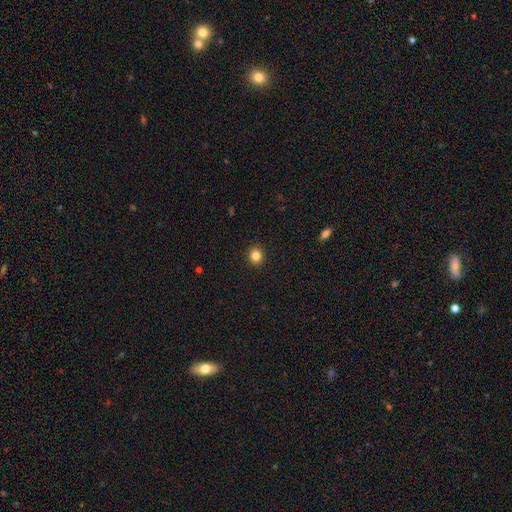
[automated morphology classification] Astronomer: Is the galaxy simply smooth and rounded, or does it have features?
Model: smooth — 83%.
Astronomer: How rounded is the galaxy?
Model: round — 83%.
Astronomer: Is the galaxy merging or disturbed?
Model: none — 93%.